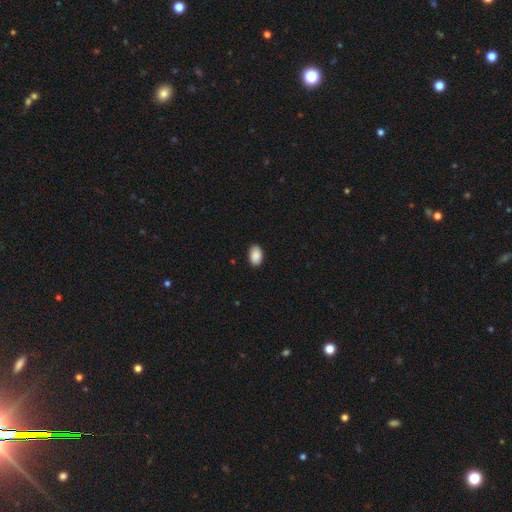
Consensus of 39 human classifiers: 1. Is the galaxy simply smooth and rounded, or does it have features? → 87% smooth, 10% star or artifact, 3% featured or disk.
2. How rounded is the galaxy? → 91% in between, 9% round, 0% cigar-shaped.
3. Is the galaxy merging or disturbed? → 91% none, 9% minor disturbance, 0% major disturbance, 0% merger.